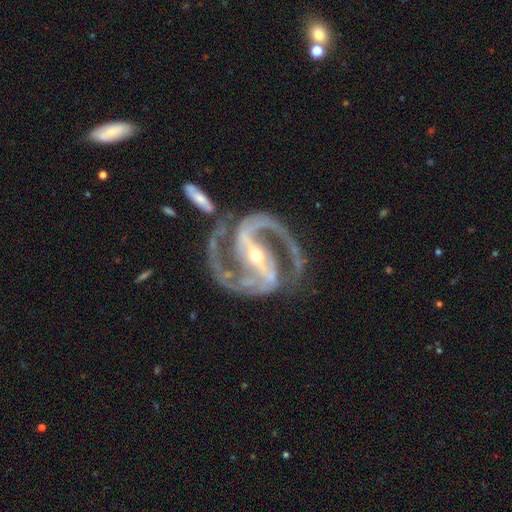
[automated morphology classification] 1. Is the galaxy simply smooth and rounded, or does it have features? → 95% featured or disk, 4% star or artifact, 2% smooth.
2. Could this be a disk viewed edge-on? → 98% no, 2% yes.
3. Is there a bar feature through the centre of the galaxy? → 80% strong, 14% weak, 6% no.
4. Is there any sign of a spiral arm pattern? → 99% yes, 1% no.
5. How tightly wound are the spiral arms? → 61% medium, 30% tight, 9% loose.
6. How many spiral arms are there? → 94% 2, 2% 3, 1% can't tell, 1% 1, 1% 4, 1% more than 4.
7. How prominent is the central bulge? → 63% small, 34% moderate, 1% large, 1% none, 1% dominant.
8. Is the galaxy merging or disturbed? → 73% none, 14% minor disturbance, 7% major disturbance, 6% merger.